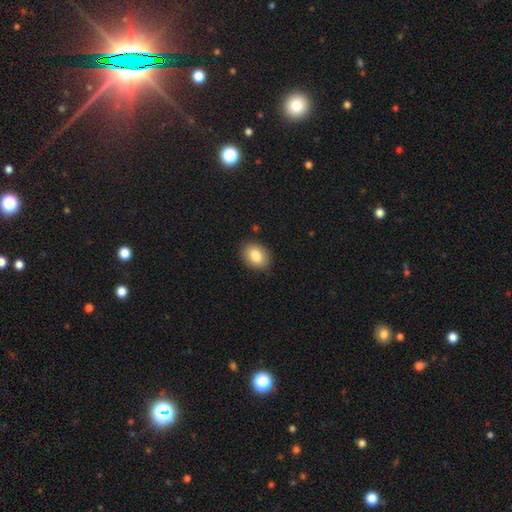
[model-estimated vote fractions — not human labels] smooth-or-featured: smooth: 83% | featured or disk: 9% | star or artifact: 8%
  how-rounded: in between: 64% | round: 35% | cigar-shaped: 1%
  merging: none: 88% | minor disturbance: 9% | major disturbance: 2% | merger: 1%